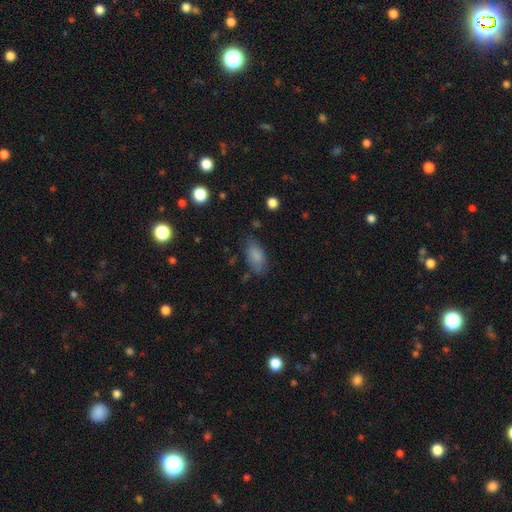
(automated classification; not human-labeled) This appears to be a smooth galaxy with no disk features (83%) that is in between round and cigar-shaped (91%). Merging: none (69%).